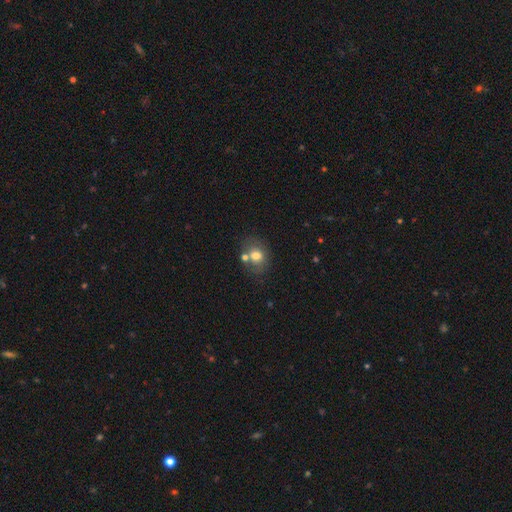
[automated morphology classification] A smooth galaxy with no disk features (70%) that is round (51%). Merging: none (57%).